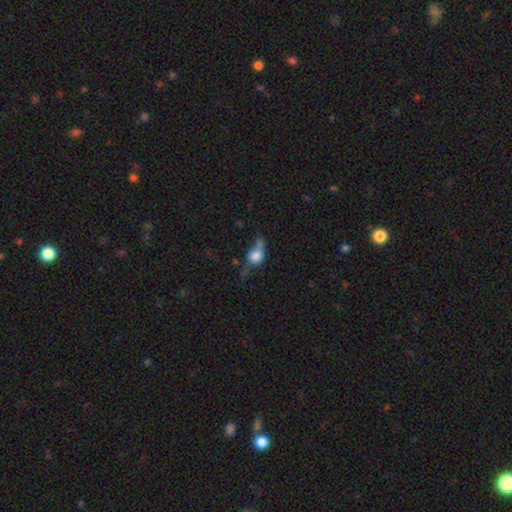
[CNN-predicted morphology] smooth-or-featured: smooth: 65% | featured or disk: 24% | star or artifact: 11%
  how-rounded: in between: 49% | round: 45% | cigar-shaped: 6%
  merging: none: 30% (tied) | major disturbance: 30% (tied) | minor disturbance: 28% | merger: 12%